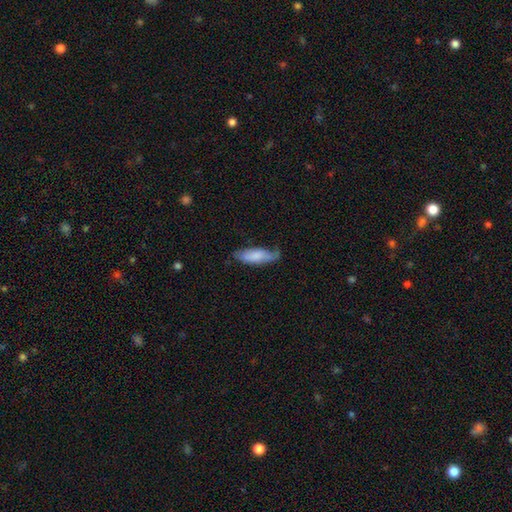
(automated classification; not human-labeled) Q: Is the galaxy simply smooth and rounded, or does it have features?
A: smooth — 72%.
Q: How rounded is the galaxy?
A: in between — 62%.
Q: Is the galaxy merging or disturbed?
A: none — 55%.